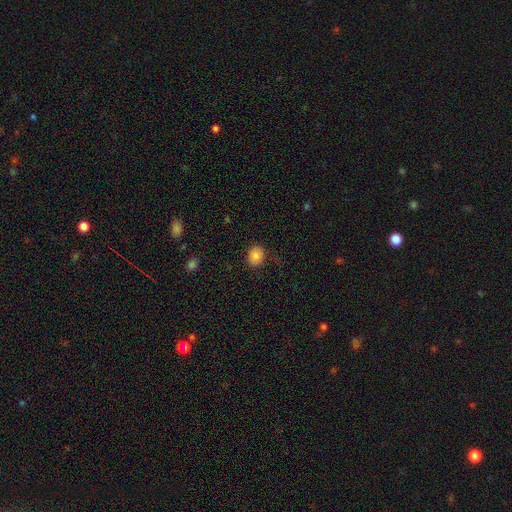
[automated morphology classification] Smooth or featured? Predicted: smooth (p=0.82). How rounded? Predicted: round (p=0.63). Merging? Predicted: none (p=0.79).